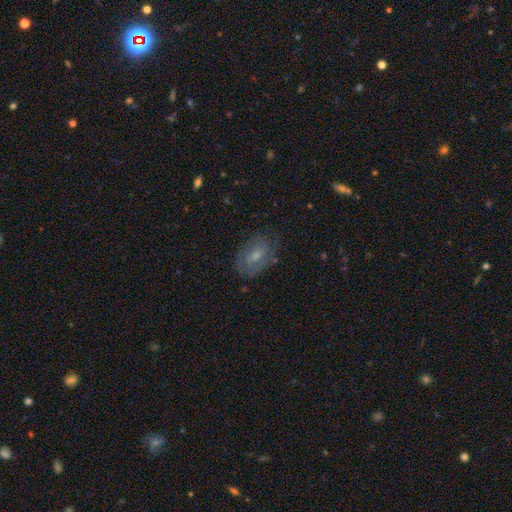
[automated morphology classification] Smooth or featured: featured or disk — 50% (smooth — 40%)
Merging: none — 73% (minor disturbance — 18%)